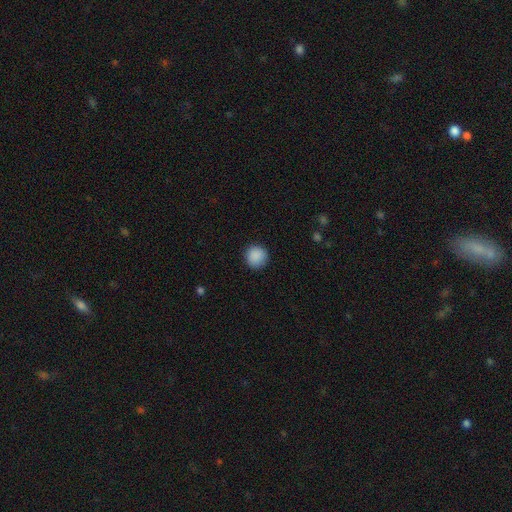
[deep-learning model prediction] The model was most divided on "smooth or featured": smooth: 89%, star or artifact: 8%, featured or disk: 3%. More confident: how rounded — round (93%); merging — none (89%).